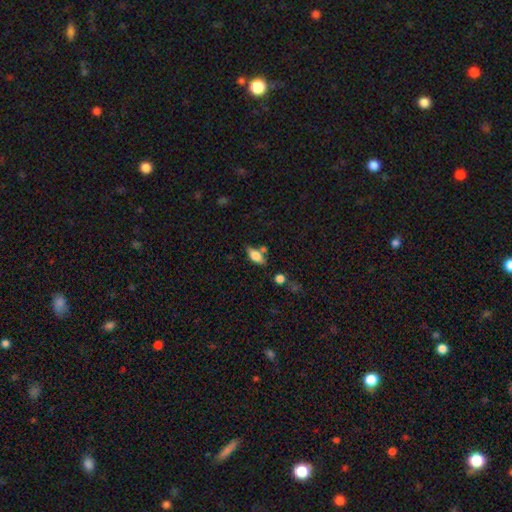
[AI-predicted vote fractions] Overall: smooth (70%). How rounded: in between (83%). Merging: none (66%).